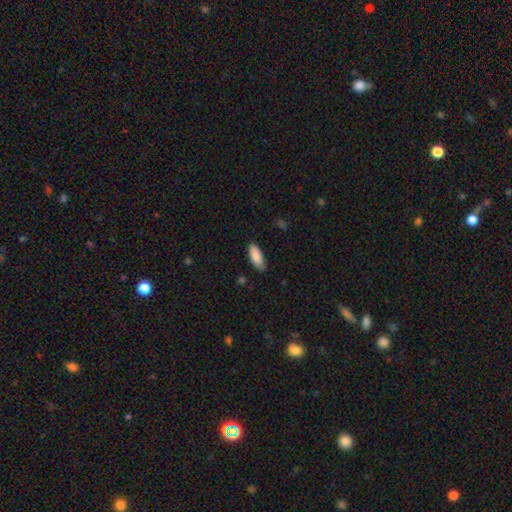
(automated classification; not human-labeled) A smooth galaxy with no disk features (88%) that is in between round and cigar-shaped (74%).

Vote fractions:
- Smooth or featured? smooth: 88% / featured or disk: 6% / star or artifact: 6%
- How rounded? in between: 74% / cigar-shaped: 24% / round: 2%
- Merging? none: 80% / minor disturbance: 16% / major disturbance: 2% / merger: 1%